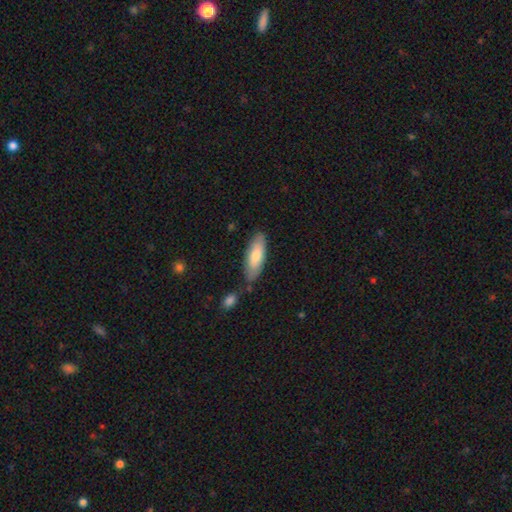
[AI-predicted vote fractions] smooth 73%, featured or disk 22%, star or artifact 5%. Down the decision tree: how rounded — in between (62%); merging — none (74%).